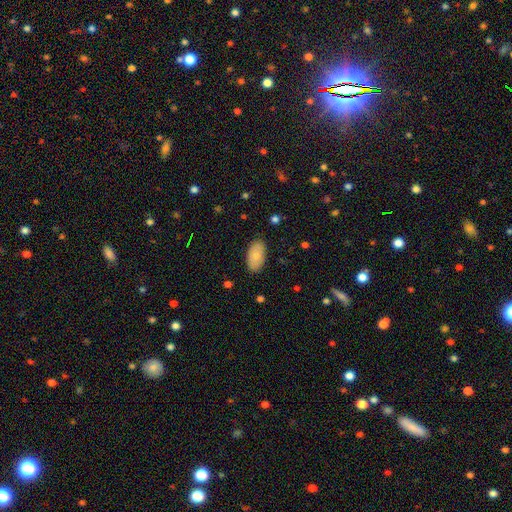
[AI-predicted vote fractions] The model was most divided on "smooth or featured": smooth: 80%, featured or disk: 14%, star or artifact: 7%. More confident: how rounded — in between (95%); merging — none (86%).